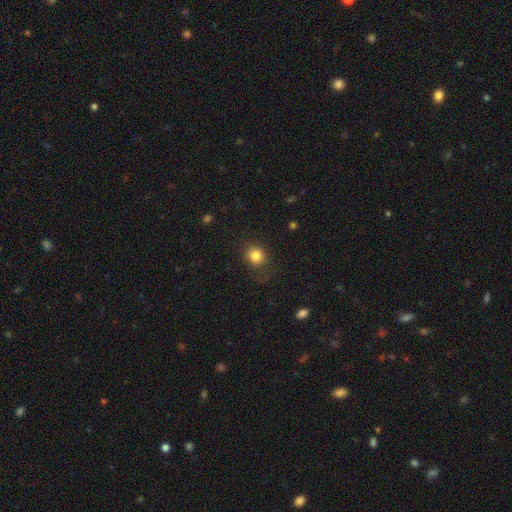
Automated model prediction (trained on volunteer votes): Q: Smooth or featured?
A: smooth (83%); runner-up: star or artifact (11%)
Q: How rounded?
A: round (80%); runner-up: in between (19%)
Q: Merging?
A: none (80%); runner-up: minor disturbance (13%)